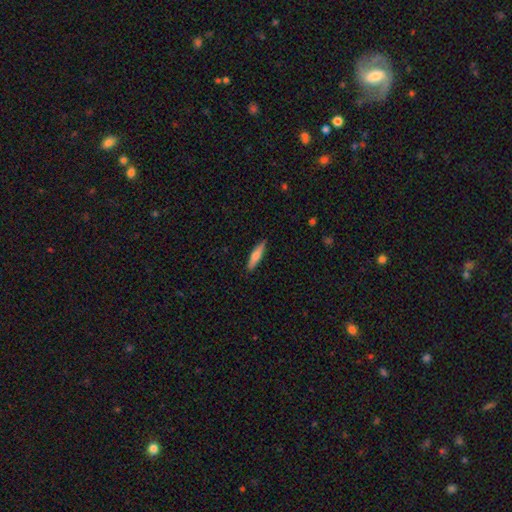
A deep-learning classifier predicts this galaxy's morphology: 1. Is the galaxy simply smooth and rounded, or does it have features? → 68% smooth, 26% featured or disk, 6% star or artifact.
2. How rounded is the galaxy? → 80% cigar-shaped, 18% in between, 2% round.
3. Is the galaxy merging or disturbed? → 88% none, 9% minor disturbance, 2% major disturbance, 1% merger.